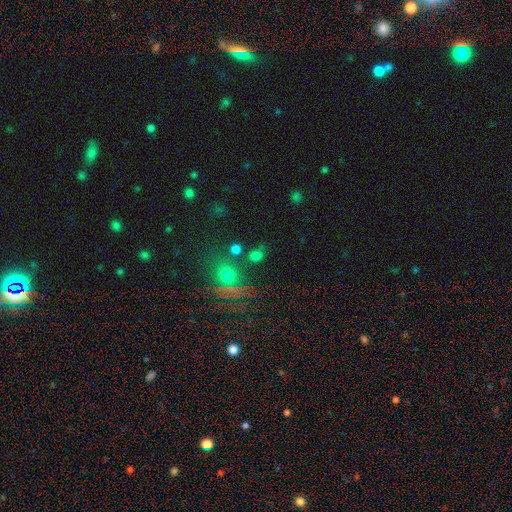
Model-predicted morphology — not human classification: smooth 70%, star or artifact 24%, featured or disk 7%. Down the decision tree: how rounded — round (70%); merging — none (69%).